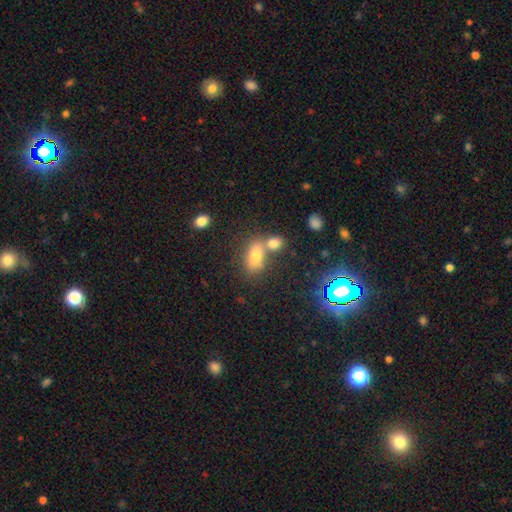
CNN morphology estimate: Smooth or featured? smooth (72%)
How rounded? in between (83%)
Merging? merger (42%, tied with none)